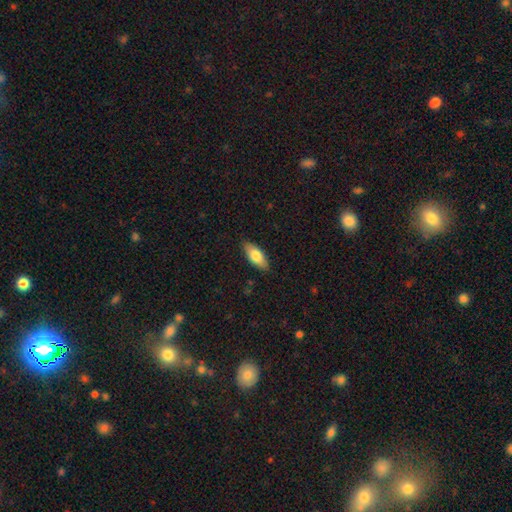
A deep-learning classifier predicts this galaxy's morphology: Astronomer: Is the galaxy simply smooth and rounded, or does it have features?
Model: smooth — 77%.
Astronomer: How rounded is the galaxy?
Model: in between — 83%.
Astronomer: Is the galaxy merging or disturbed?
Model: none — 86%.